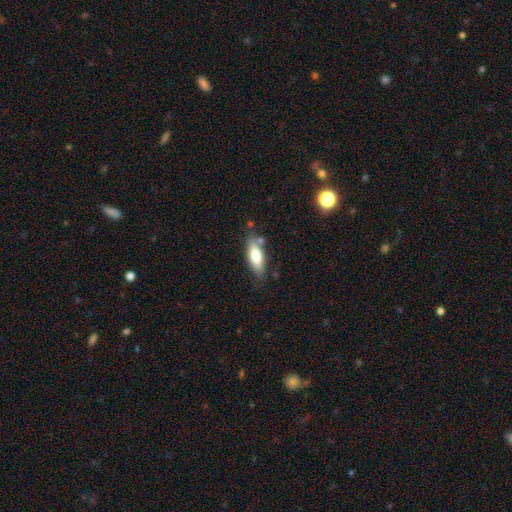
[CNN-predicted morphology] The model was most divided on "how rounded": in between: 64%, cigar-shaped: 34%, round: 2%. More confident: merging — none (74%); smooth or featured — smooth (73%).